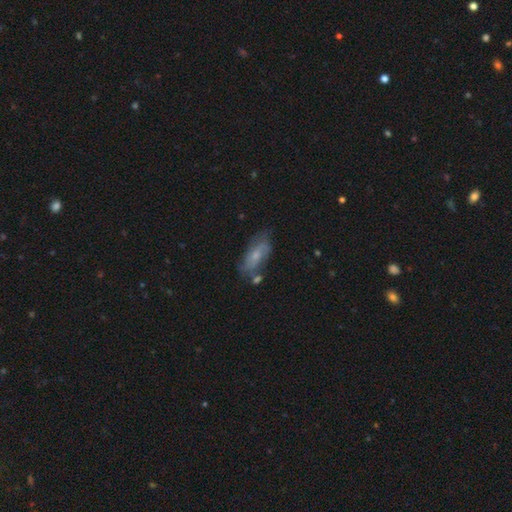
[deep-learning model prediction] Morphology: type=smooth (48%); merging=none (60%).